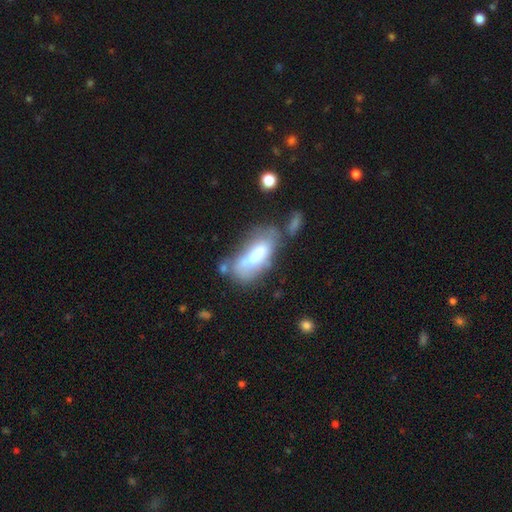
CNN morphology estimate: smooth 59%, featured or disk 32%, star or artifact 9%. Down the decision tree: how rounded — in between (69%); merging — none (31%).